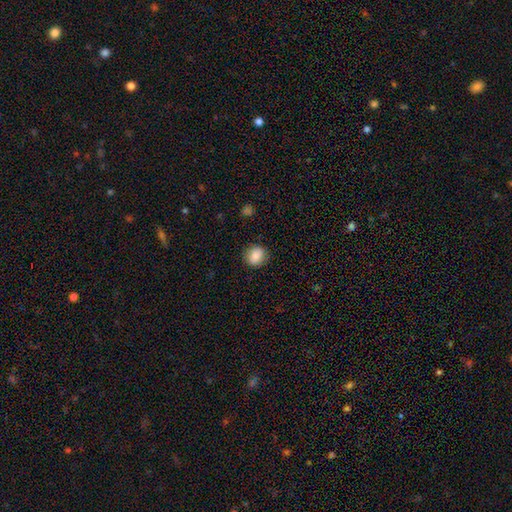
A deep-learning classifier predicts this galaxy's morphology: smooth-or-featured: smooth: 85% | star or artifact: 8% | featured or disk: 6%
  how-rounded: round: 72% | in between: 27% | cigar-shaped: 1%
  merging: none: 86% | minor disturbance: 10% | major disturbance: 3% | merger: 1%